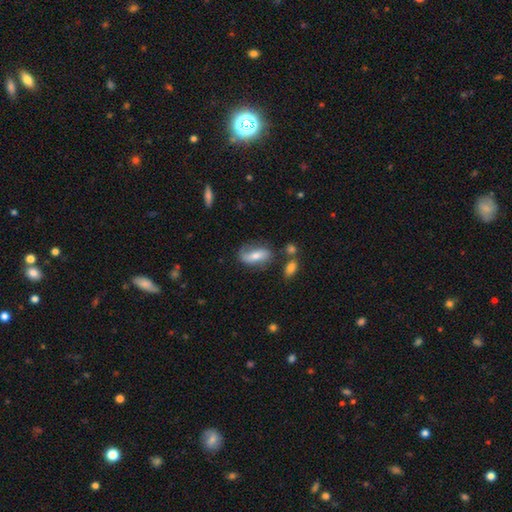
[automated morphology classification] type=smooth (48%); merging=none (66%).